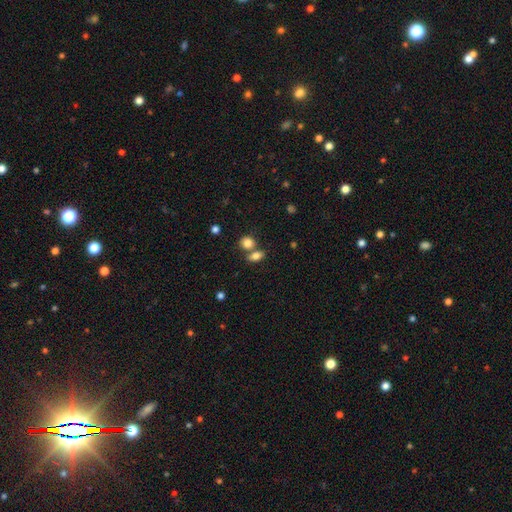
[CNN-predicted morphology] This appears to be a smooth galaxy with no disk features (80%) that is in between round and cigar-shaped (73%). Merging: none (51%).